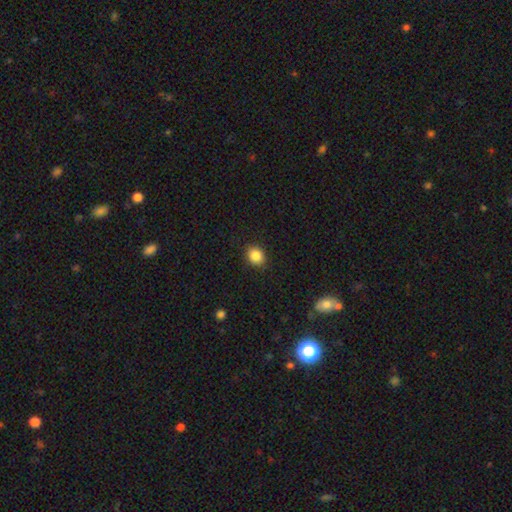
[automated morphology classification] The model was most divided on "how rounded": round: 65%, in between: 34%, cigar-shaped: 1%. More confident: merging — none (89%); smooth or featured — smooth (86%).